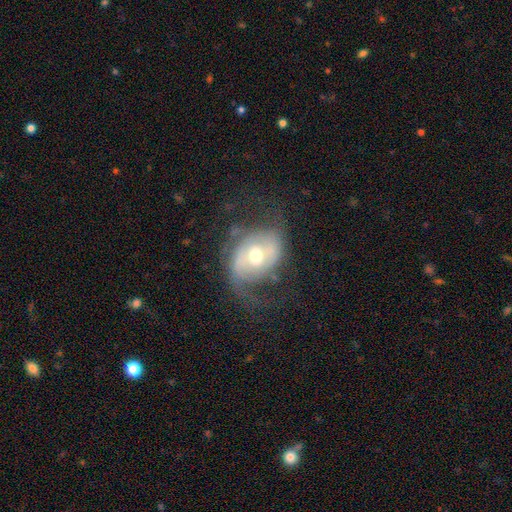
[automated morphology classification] type=featured or disk (76%); edge-on=no (96%); bar=no (42%); spiral arms=yes (86%); winding=loose (43%); arm count=2 (70%); bulge=moderate (68%); merging=none (52%).